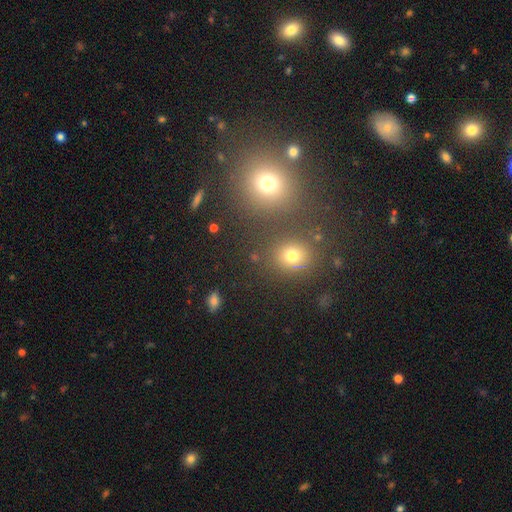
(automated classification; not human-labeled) smooth 53%, star or artifact 37%, featured or disk 10%. Down the decision tree: how rounded — round (81%); merging — none (71%).